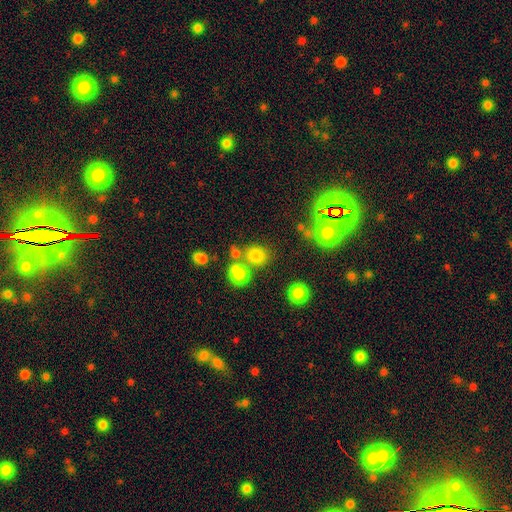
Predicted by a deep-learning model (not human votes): A smooth galaxy with no disk features (78%) that is round (76%). Merging: none (67%).